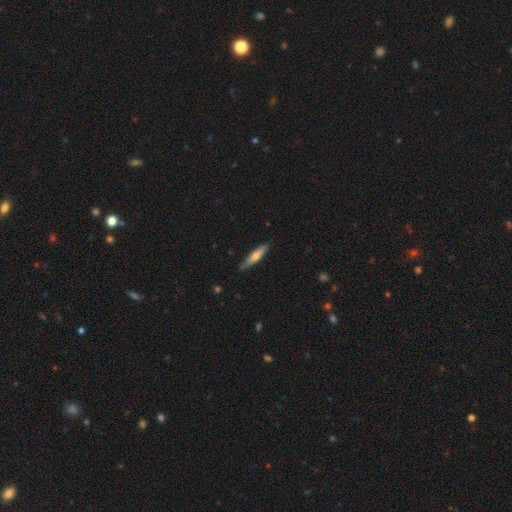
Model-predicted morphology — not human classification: Overall: smooth (55%; featured or disk 40%). How rounded: cigar-shaped (86%). Merging: none (88%).